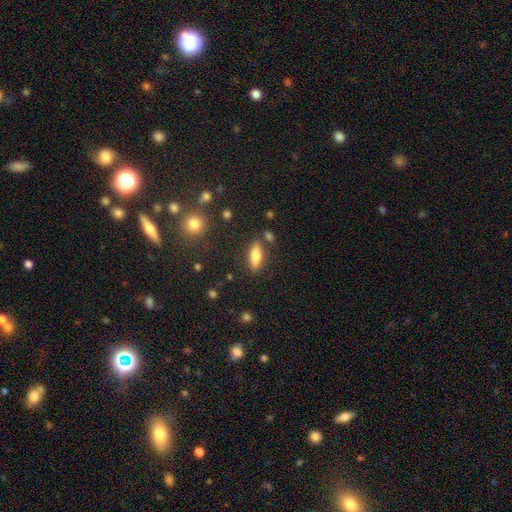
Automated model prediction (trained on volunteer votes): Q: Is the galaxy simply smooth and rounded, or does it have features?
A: smooth — 73%.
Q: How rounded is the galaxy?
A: in between — 70%.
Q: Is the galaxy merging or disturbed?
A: none — 82%.